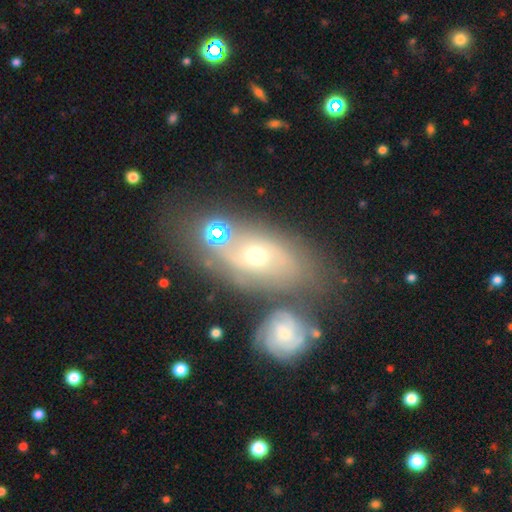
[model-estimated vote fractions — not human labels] This is possibly a featured or disk galaxy (57%). It is clearly not viewed edge-on (90%). Bar: likely no (80%). Spiral arm pattern: likely yes (63%). Central bulge: possibly moderate (51%). Merging: possibly none (48%).